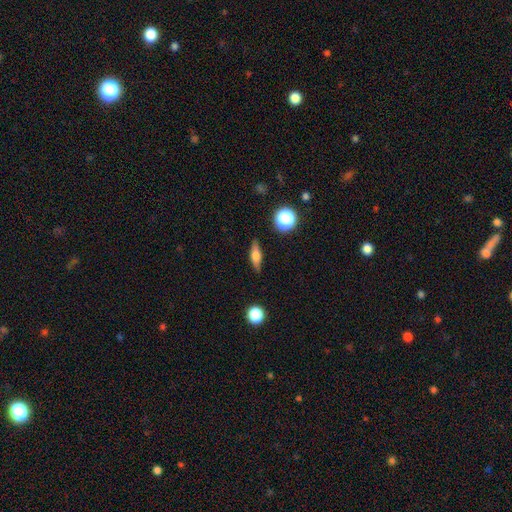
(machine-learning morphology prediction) Smooth or featured? Predicted: smooth (p=0.51). How rounded? Predicted: cigar-shaped (p=0.49). Merging? Predicted: none (p=0.86).